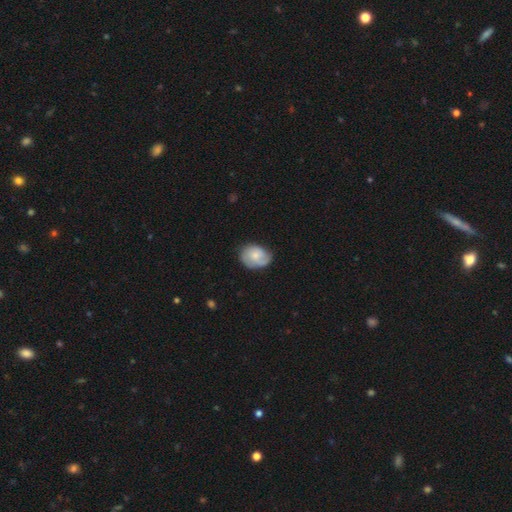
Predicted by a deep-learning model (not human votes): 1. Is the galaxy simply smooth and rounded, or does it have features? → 57% smooth, 36% featured or disk, 6% star or artifact.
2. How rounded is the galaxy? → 63% in between, 36% round, 1% cigar-shaped.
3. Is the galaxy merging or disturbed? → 61% none, 29% minor disturbance, 8% major disturbance, 2% merger.